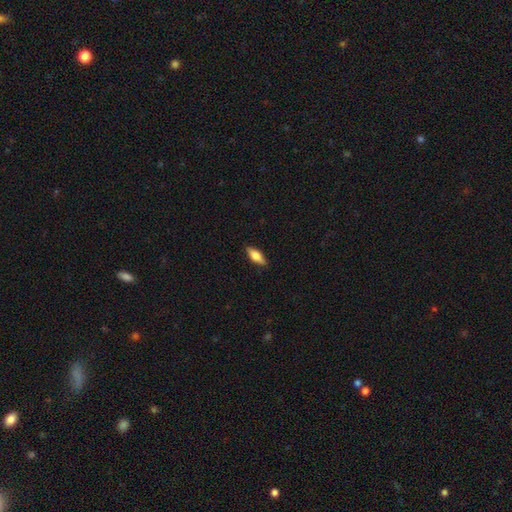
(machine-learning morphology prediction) A smooth galaxy with no disk features (66%) that is in between round and cigar-shaped (69%). Merging: none (87%).